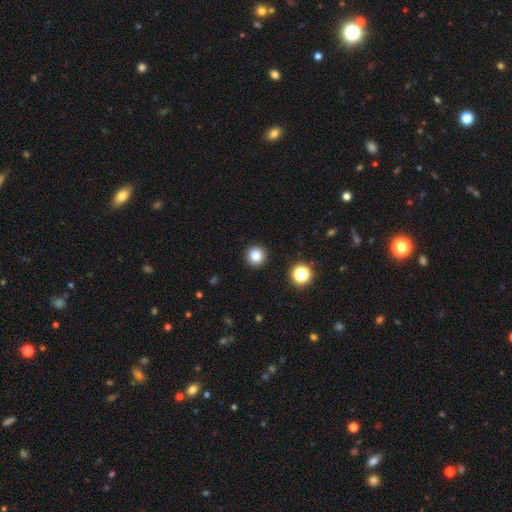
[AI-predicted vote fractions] Morphology: type=smooth (83%); roundness=round (96%); merging=none (92%).